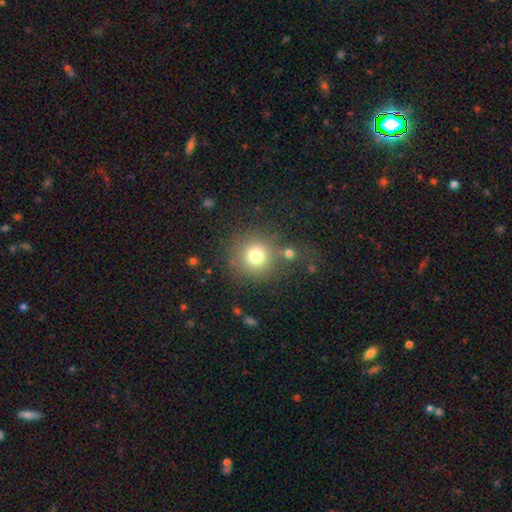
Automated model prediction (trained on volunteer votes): This is likely a smooth galaxy (76%). How rounded: clearly round (93%). Merging: likely none (74%).